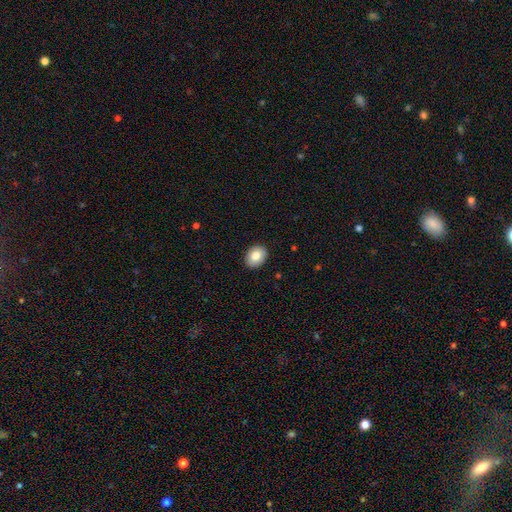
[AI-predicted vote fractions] smooth_or_featured: smooth (p=0.81) [alt: featured or disk p=0.11]
how_rounded: in between (p=0.56) [alt: round p=0.43]
merging: none (p=0.90) [alt: minor disturbance p=0.07]